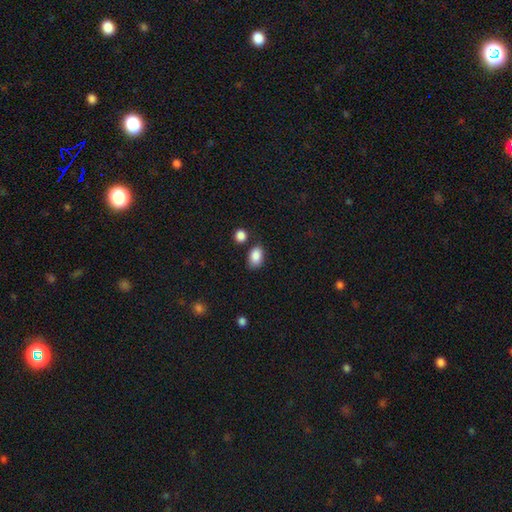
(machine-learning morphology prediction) smooth-or-featured: smooth: 88% | star or artifact: 8% | featured or disk: 4%
  how-rounded: in between: 84% | round: 14% | cigar-shaped: 1%
  merging: none: 73% | minor disturbance: 16% | merger: 7% | major disturbance: 4%